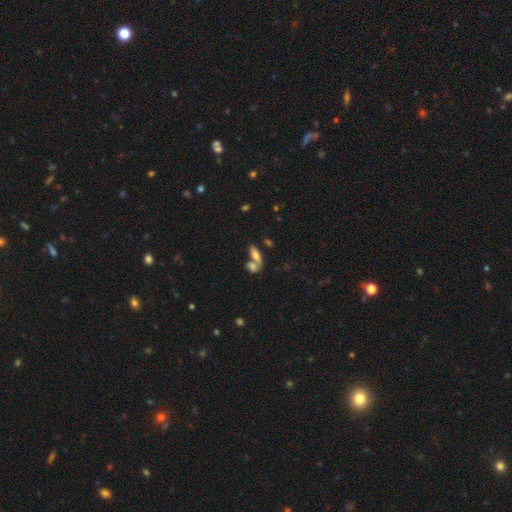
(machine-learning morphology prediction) This is likely a smooth galaxy (73%). How rounded: likely in between (72%). Merging: possibly merger (53%).